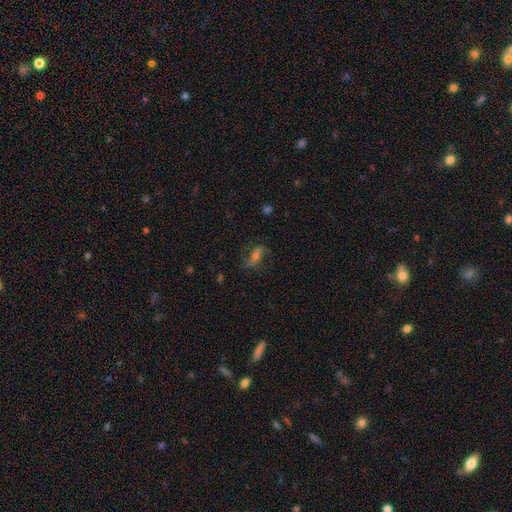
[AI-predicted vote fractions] This is likely a featured or disk galaxy (63%). It is clearly not viewed edge-on (92%). Bar: marginally no (39%). Spiral arm pattern: clearly yes (89%). Spiral arm count: clearly 2 (86%). Spiral winding: possibly loose (50%). Central bulge: possibly moderate (50%). Merging: likely none (73%).